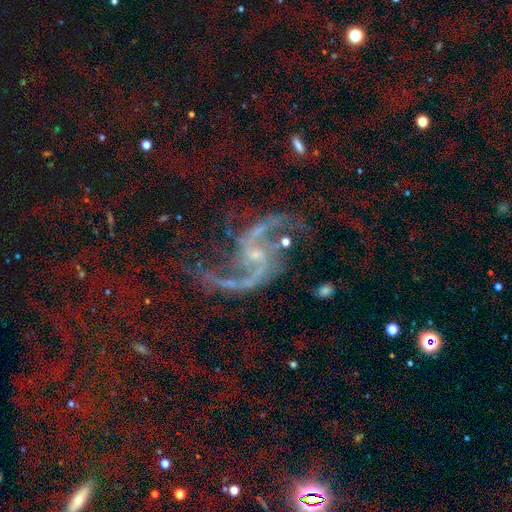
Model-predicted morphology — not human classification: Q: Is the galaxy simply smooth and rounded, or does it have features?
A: featured or disk — 89%.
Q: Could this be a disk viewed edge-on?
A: no — 98%.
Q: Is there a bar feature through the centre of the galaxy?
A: no — 47%.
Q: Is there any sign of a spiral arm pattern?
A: yes — 97%.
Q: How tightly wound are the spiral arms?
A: loose — 71%.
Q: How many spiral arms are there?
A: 2 — 86%.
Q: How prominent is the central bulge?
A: small — 69%.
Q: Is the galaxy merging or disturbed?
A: none — 57%.